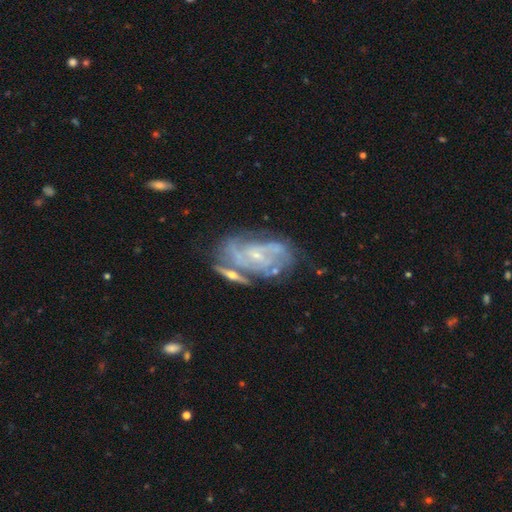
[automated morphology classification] Smooth or featured? featured or disk (82%)
Edge-on disk? no (96%)
Bar? no (61%)
Spiral arms? yes (90%)
Spiral winding? tight (51%)
Spiral arm count? can't tell (33%)
Bulge size? small (76%)
Merging? none (50%)